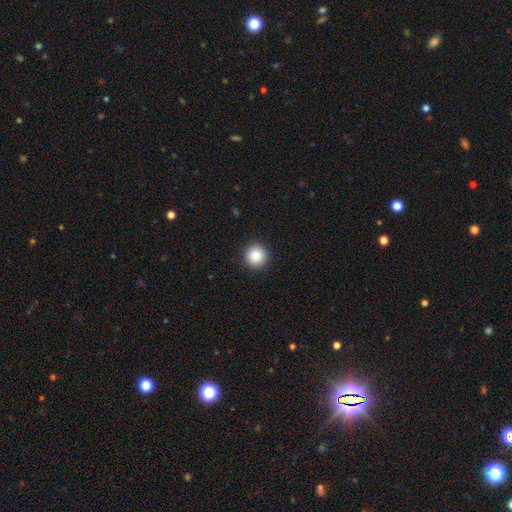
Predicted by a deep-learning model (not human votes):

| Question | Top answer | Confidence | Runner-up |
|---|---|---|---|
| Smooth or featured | smooth | 85% | star or artifact (9%) |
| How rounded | round | 95% | in between (4%) |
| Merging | none | 93% | minor disturbance (4%) |